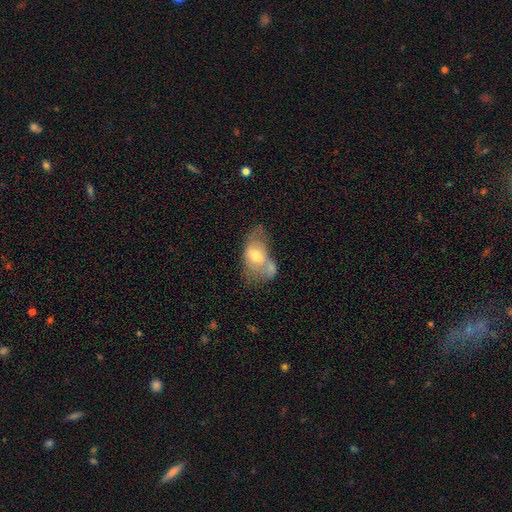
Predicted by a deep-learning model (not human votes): smooth_or_featured: smooth (p=0.54) [alt: featured or disk p=0.39]
how_rounded: in between (p=0.86) [alt: round p=0.11]
merging: merger (p=0.36) [alt: none p=0.22]